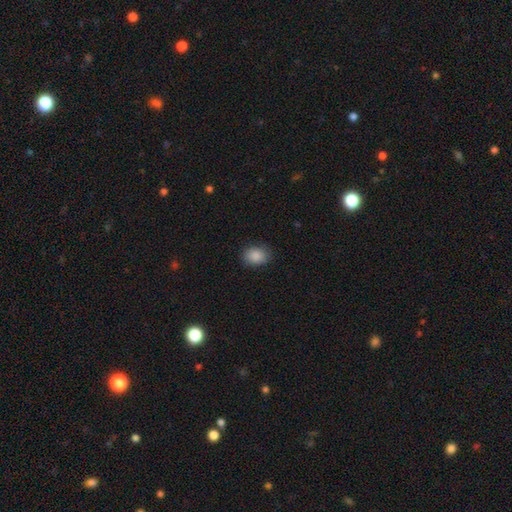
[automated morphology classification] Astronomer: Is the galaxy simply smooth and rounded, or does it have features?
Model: smooth — 88%.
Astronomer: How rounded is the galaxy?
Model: in between — 59% (runner-up: round, 40%).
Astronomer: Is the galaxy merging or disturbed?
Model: none — 84%.